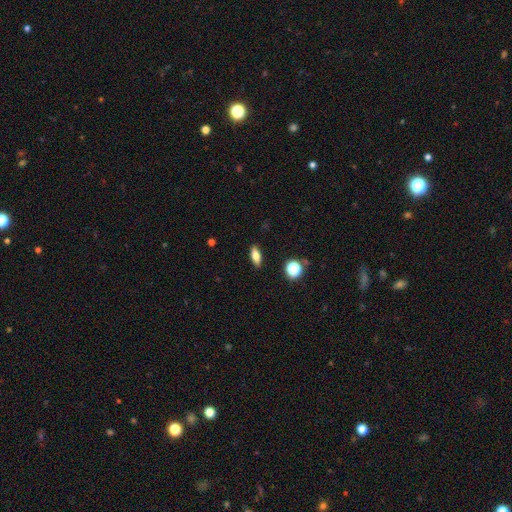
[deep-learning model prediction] Q: Smooth or featured?
A: smooth (70%); runner-up: featured or disk (20%)
Q: How rounded?
A: in between (72%); runner-up: cigar-shaped (22%)
Q: Merging?
A: none (89%); runner-up: minor disturbance (8%)